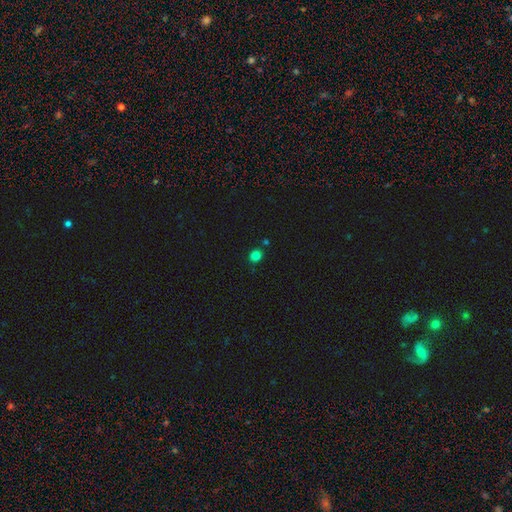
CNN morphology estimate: This is clearly a smooth galaxy (81%). How rounded: likely round (68%). Merging: clearly none (82%).